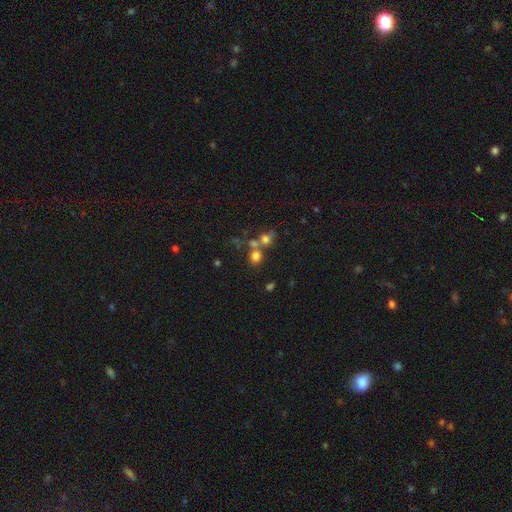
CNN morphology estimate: This is likely a smooth galaxy (70%). How rounded: likely round (78%). Merging: possibly none (48%).